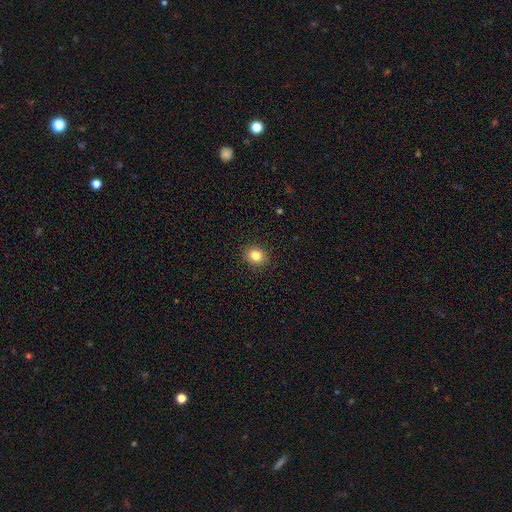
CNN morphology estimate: The model was most divided on "how rounded": round: 69%, in between: 30%, cigar-shaped: 1%. More confident: merging — none (91%); smooth or featured — smooth (84%).